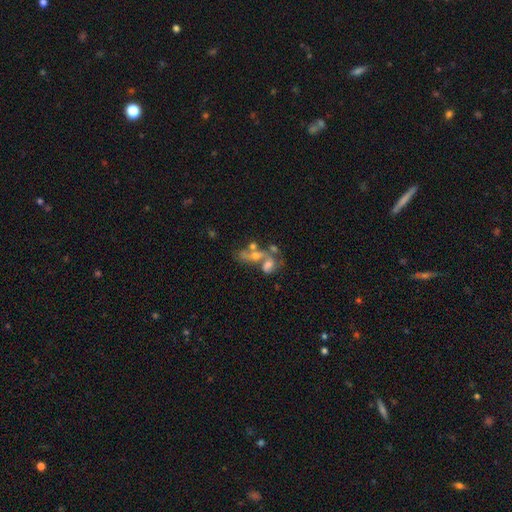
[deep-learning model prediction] Overall: featured or disk (50%; smooth 31%). Merging: merger (58%; none 19%).